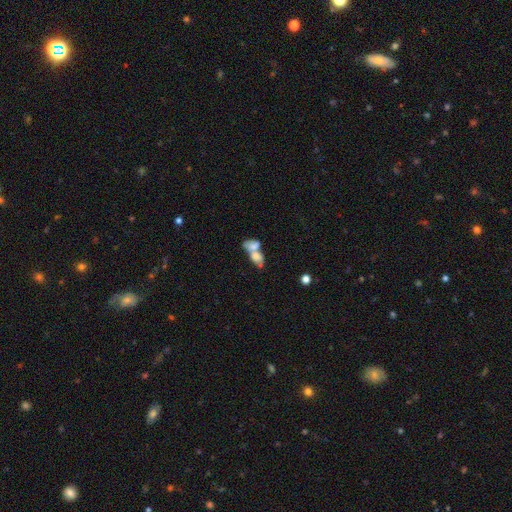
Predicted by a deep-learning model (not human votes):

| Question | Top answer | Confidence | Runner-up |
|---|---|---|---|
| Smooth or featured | smooth | 62% | featured or disk (28%) |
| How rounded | in between | 85% | round (10%) |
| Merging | merger | 75% | none (13%) |